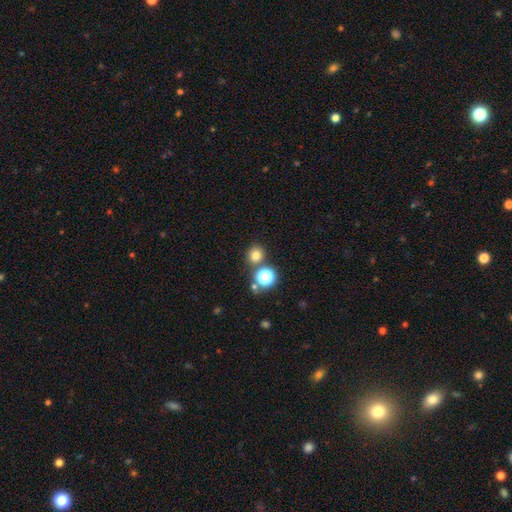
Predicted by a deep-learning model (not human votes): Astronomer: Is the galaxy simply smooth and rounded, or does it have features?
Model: smooth — 75%.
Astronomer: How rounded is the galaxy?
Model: round — 86%.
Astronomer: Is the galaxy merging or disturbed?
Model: none — 76%.